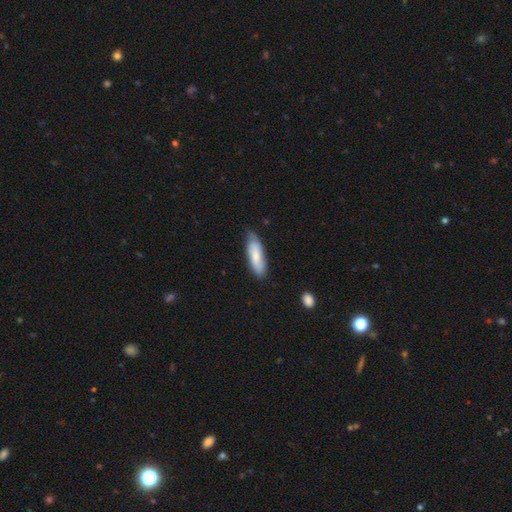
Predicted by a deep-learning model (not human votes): Smooth or featured? Predicted: smooth (p=0.70). How rounded? Predicted: in between (p=0.53). Merging? Predicted: none (p=0.71).